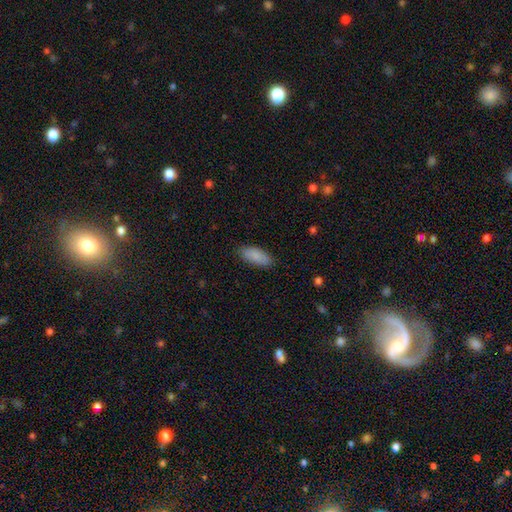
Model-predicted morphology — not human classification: Q: Smooth or featured?
A: smooth (88%); runner-up: star or artifact (6%)
Q: How rounded?
A: in between (83%); runner-up: cigar-shaped (15%)
Q: Merging?
A: none (86%); runner-up: minor disturbance (11%)